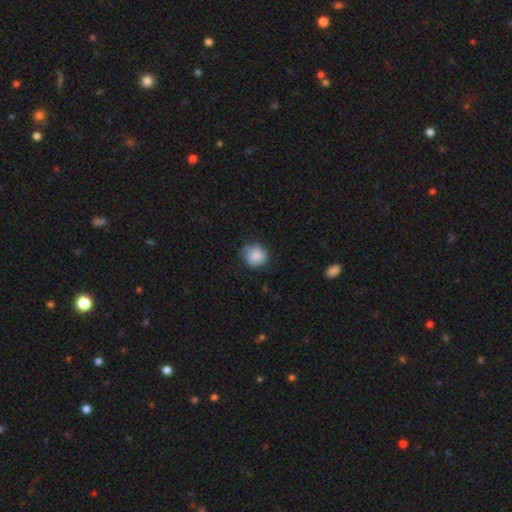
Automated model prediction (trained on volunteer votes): Smooth or featured? Predicted: smooth (p=0.83). How rounded? Predicted: round (p=0.84). Merging? Predicted: none (p=0.68).